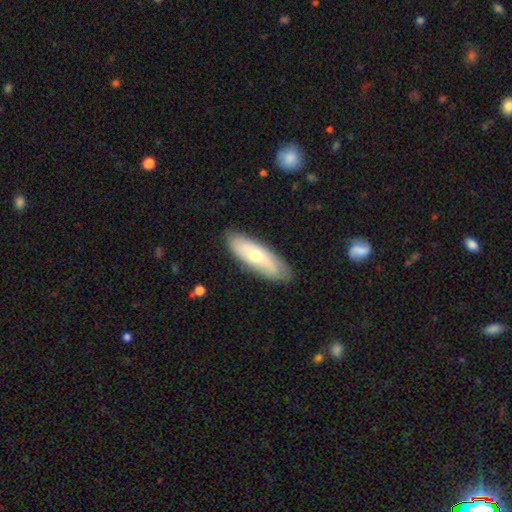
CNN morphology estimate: smooth-or-featured: smooth: 53% | featured or disk: 41% | star or artifact: 6%
  how-rounded: in between: 56% | cigar-shaped: 42% | round: 2%
  merging: none: 83% | minor disturbance: 13% | major disturbance: 3% | merger: 1%